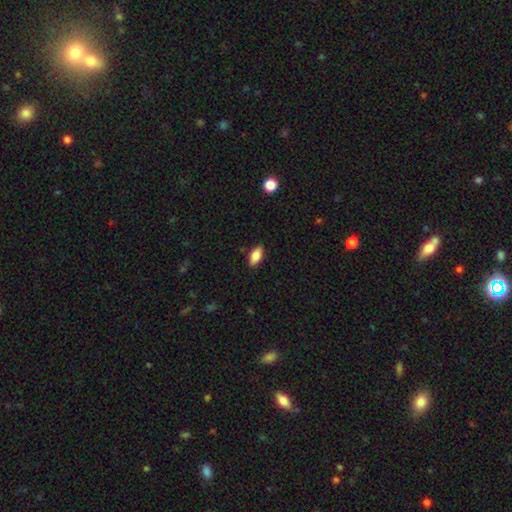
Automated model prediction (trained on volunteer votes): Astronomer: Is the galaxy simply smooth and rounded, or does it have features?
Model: smooth — 85%.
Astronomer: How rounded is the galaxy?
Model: in between — 89%.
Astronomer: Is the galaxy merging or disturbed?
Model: none — 87%.